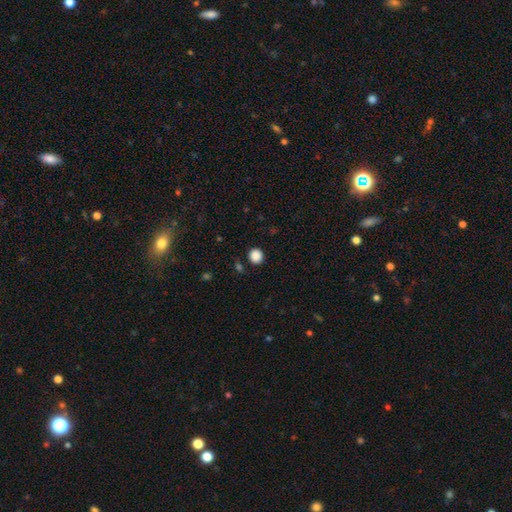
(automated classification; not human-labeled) Overall: smooth (87%). How rounded: round (89%). Merging: none (90%).